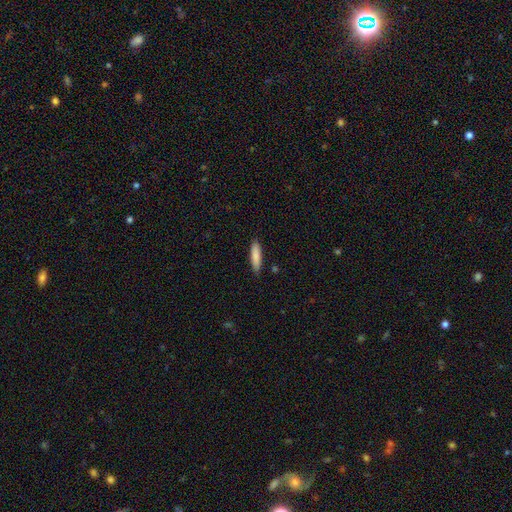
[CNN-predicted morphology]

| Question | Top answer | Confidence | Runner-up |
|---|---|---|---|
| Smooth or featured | smooth | 85% | featured or disk (9%) |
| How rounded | cigar-shaped | 75% | in between (24%) |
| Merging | none | 87% | minor disturbance (10%) |